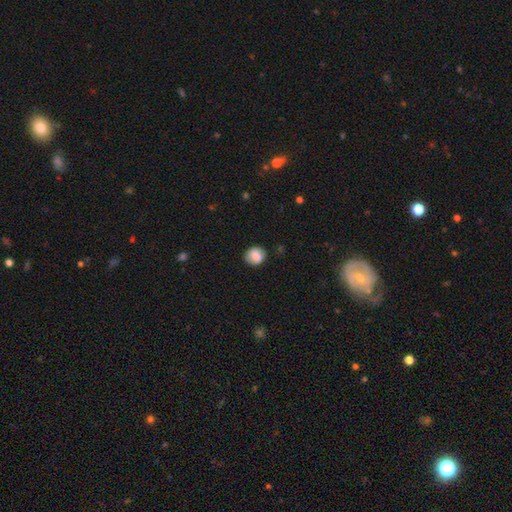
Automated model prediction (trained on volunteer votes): A smooth galaxy with no disk features (82%) that is round (79%).

Vote fractions:
- Smooth or featured? smooth: 82% / featured or disk: 10% / star or artifact: 8%
- How rounded? round: 79% / in between: 20% / cigar-shaped: 1%
- Merging? none: 82% / minor disturbance: 13% / major disturbance: 3% / merger: 1%